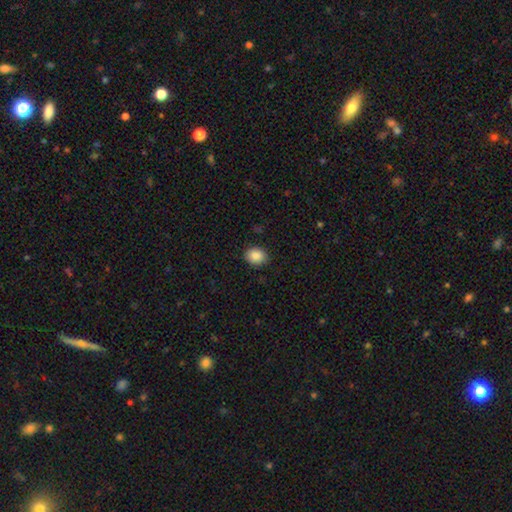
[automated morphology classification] A smooth galaxy with no disk features (89%) that is round (53%). Merging: none (87%).